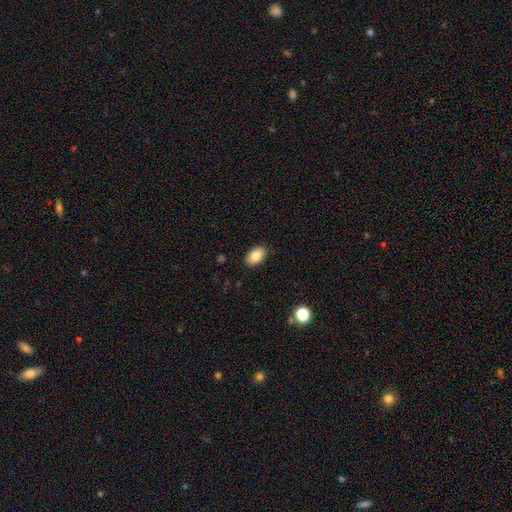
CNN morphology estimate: A smooth galaxy with no disk features (85%) that is in between round and cigar-shaped (92%). Merging: none (89%).